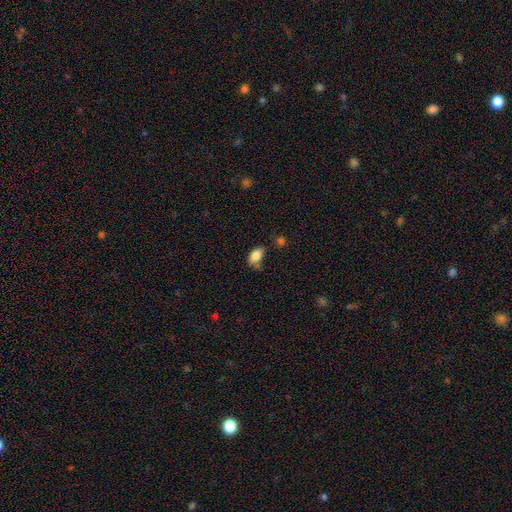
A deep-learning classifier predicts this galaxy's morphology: smooth_or_featured: smooth (p=0.84) [alt: star or artifact p=0.08]
how_rounded: in between (p=0.89) [alt: round p=0.08]
merging: none (p=0.49) [alt: minor disturbance p=0.31]